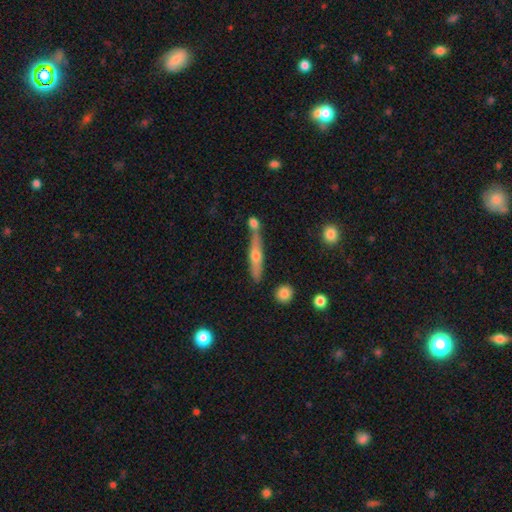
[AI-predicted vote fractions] This appears to be a featured or disk galaxy (60%) viewed edge-on (93%) with a rounded central bulge (87%). Merging: none (72%).